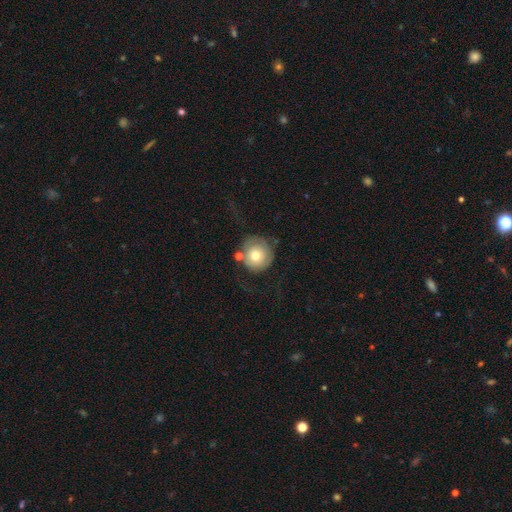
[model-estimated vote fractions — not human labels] Overall: smooth (62%; featured or disk 31%). How rounded: round (93%). Merging: none (51%; major disturbance 20%).